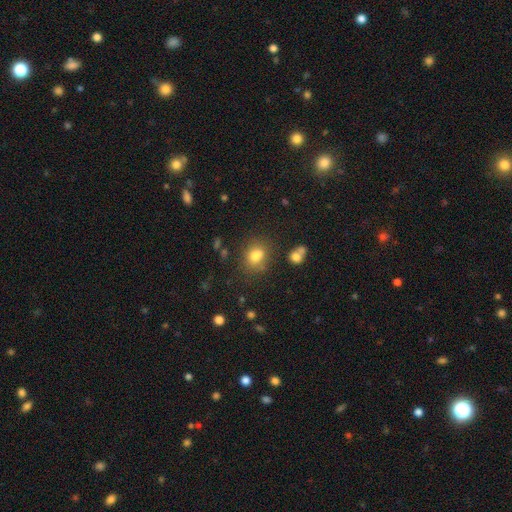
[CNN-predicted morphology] This appears to be a smooth galaxy with no disk features (77%) that is in between round and cigar-shaped (51%). Merging: none (60%).